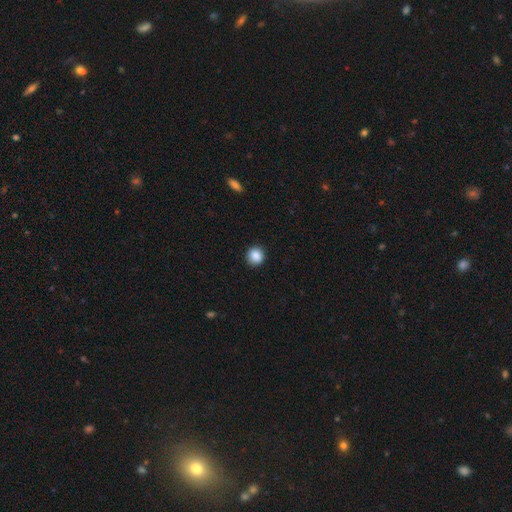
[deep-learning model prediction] Smooth or featured? Predicted: smooth (p=0.88). How rounded? Predicted: round (p=0.89). Merging? Predicted: none (p=0.91).